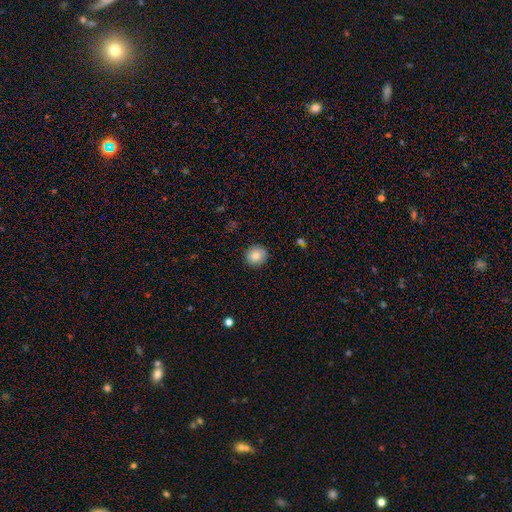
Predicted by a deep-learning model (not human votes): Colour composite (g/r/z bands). It shows a smooth galaxy with no disk features (83%) that is round (87%). Merging: none (88%).